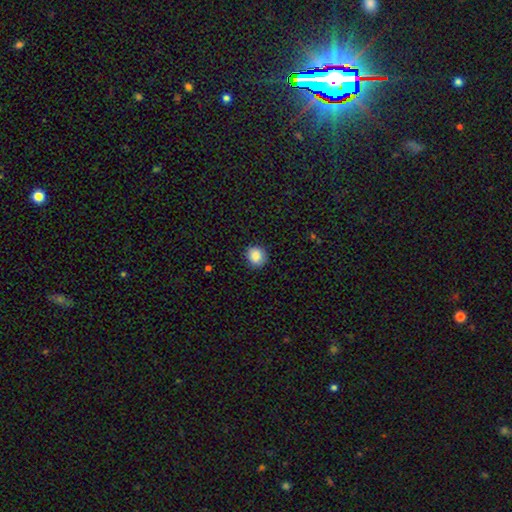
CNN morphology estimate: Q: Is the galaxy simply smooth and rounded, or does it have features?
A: smooth — 88%.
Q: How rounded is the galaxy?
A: round — 81%.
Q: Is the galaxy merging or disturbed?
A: none — 86%.